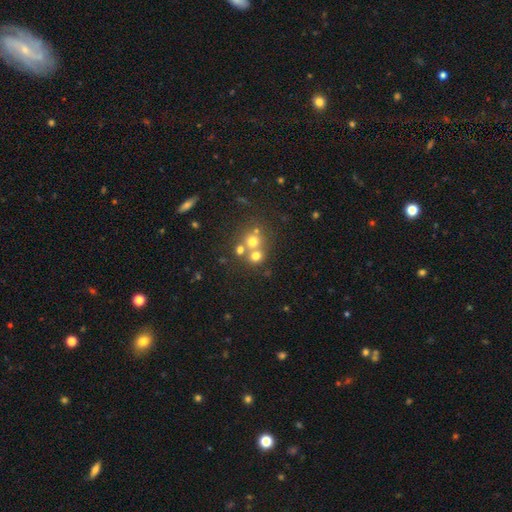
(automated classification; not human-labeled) Q: Smooth or featured?
A: smooth (65%); runner-up: star or artifact (19%)
Q: How rounded?
A: round (86%); runner-up: in between (13%)
Q: Merging?
A: none (48%); runner-up: merger (42%)